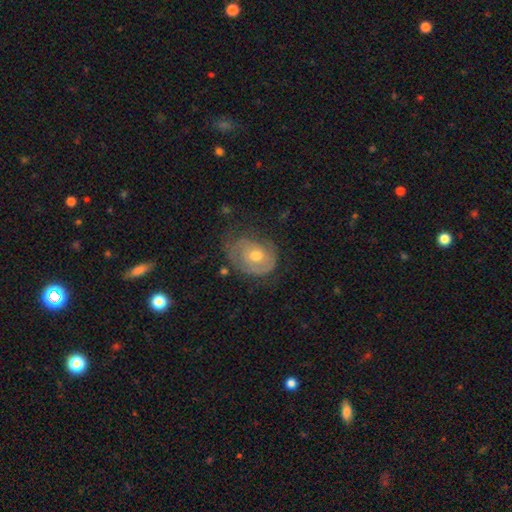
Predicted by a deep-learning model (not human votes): Morphology: type=featured or disk (57%); edge-on=no (95%); bar=no (80%); spiral arms=yes (57%); bulge=moderate (72%); merging=none (49%).